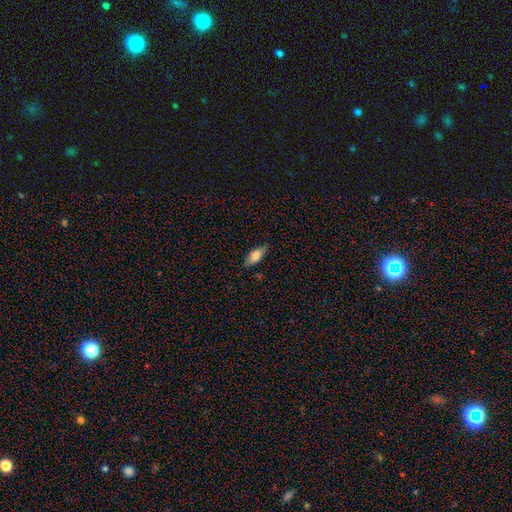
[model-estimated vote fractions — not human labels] smooth 72%, featured or disk 21%, star or artifact 7%. Down the decision tree: how rounded — in between (73%); merging — none (80%).